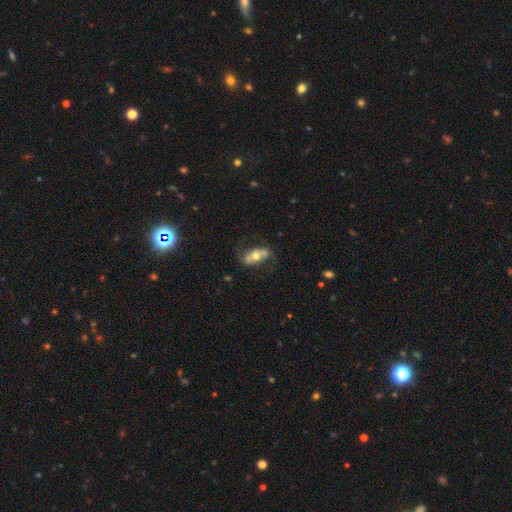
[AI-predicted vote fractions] The model was most divided on "smooth or featured": smooth: 48%, featured or disk: 45%, star or artifact: 7%. More confident: merging — none (69%).